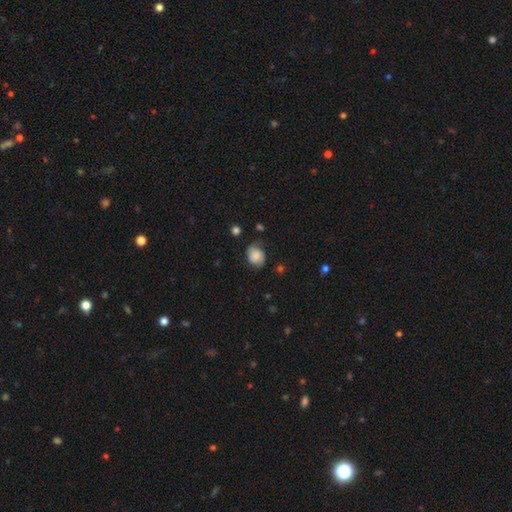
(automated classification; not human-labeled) This is likely a smooth galaxy (63%). How rounded: possibly round (53%). Merging: possibly none (60%).